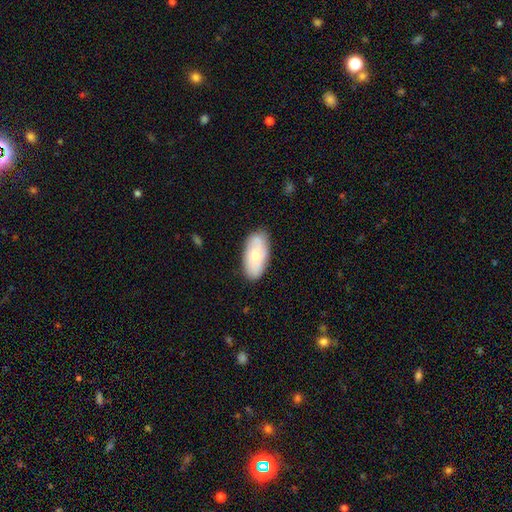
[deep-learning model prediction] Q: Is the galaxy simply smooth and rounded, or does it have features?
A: smooth — 61%.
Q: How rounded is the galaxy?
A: in between — 93%.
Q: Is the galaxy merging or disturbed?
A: none — 80%.